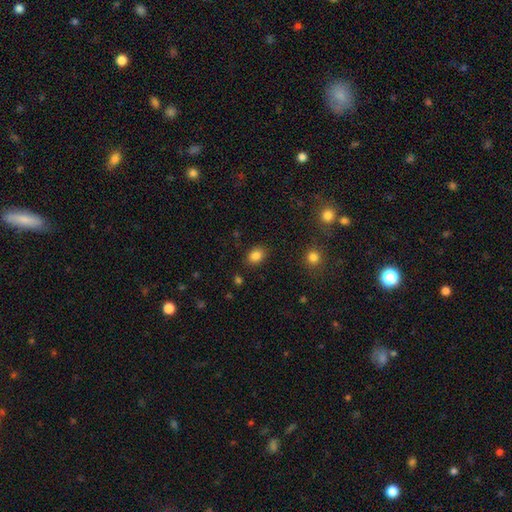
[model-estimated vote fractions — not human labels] This is clearly a smooth galaxy (85%). How rounded: likely in between (62%). Merging: clearly none (86%).